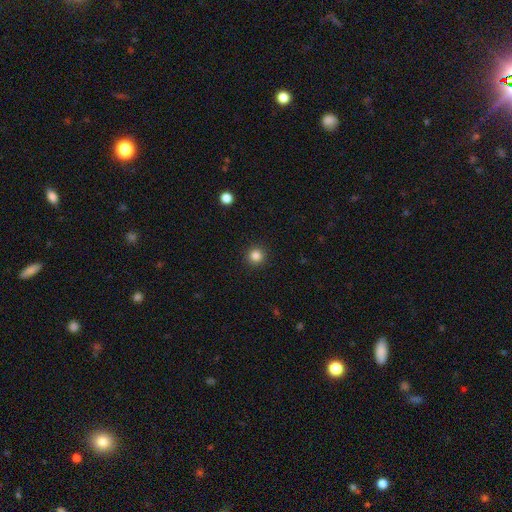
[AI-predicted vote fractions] Morphology: type=smooth (84%); roundness=round (95%); merging=none (92%).